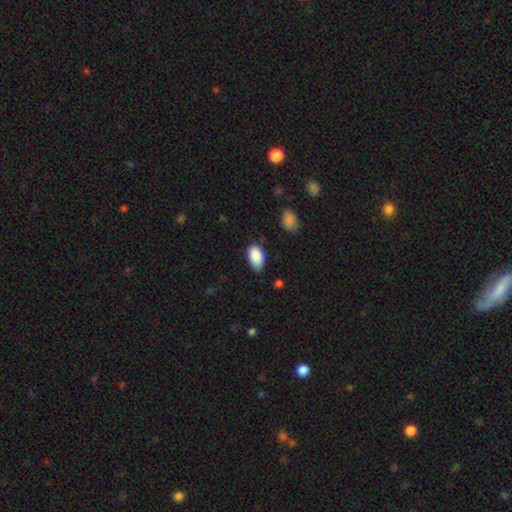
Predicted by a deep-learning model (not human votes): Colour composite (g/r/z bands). It shows a smooth galaxy with no disk features (88%) that is in between round and cigar-shaped (94%). Merging: none (61%).